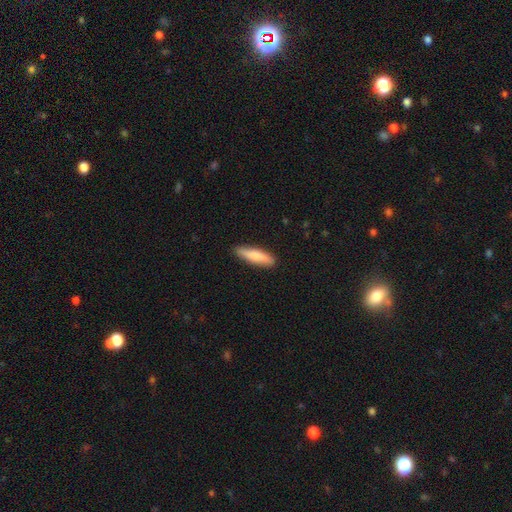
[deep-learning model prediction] Smooth or featured? smooth (80%)
How rounded? cigar-shaped (74%)
Merging? none (87%)